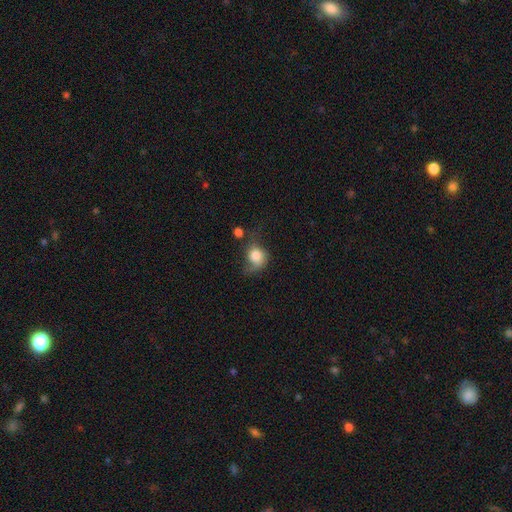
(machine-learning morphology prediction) smooth 74%, featured or disk 18%, star or artifact 9%. Down the decision tree: how rounded — round (67%); merging — none (32%).